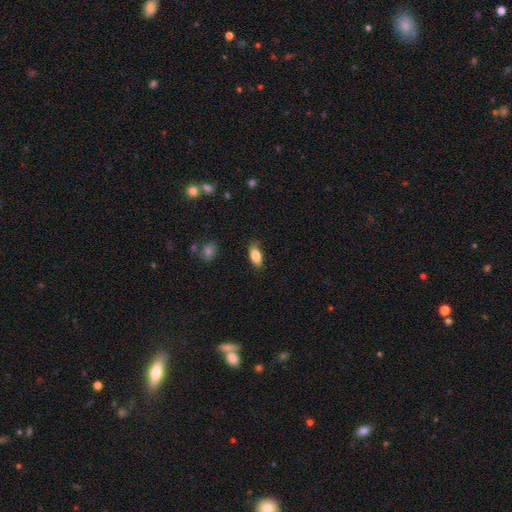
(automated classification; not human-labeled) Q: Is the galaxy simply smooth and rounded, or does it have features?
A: smooth — 84%.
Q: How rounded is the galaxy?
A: in between — 90%.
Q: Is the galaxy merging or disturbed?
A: none — 79%.